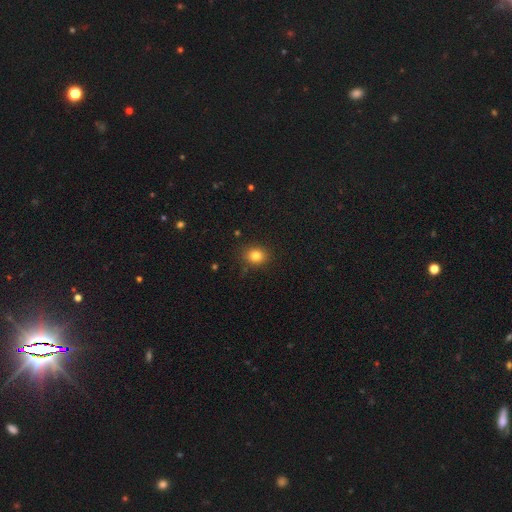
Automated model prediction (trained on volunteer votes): A smooth galaxy with no disk features (82%) that is round (65%).

Vote fractions:
- Smooth or featured? smooth: 82% / star or artifact: 12% / featured or disk: 6%
- How rounded? round: 65% / in between: 34% / cigar-shaped: 1%
- Merging? none: 87% / minor disturbance: 10% / major disturbance: 3% / merger: 1%